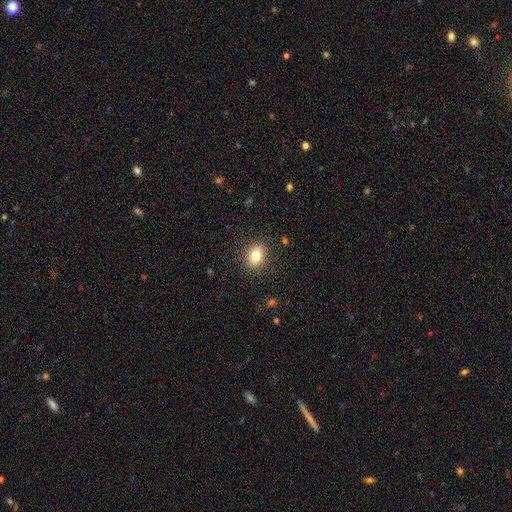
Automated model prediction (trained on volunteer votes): A smooth galaxy with no disk features (79%) that is in between round and cigar-shaped (60%). Merging: none (87%).